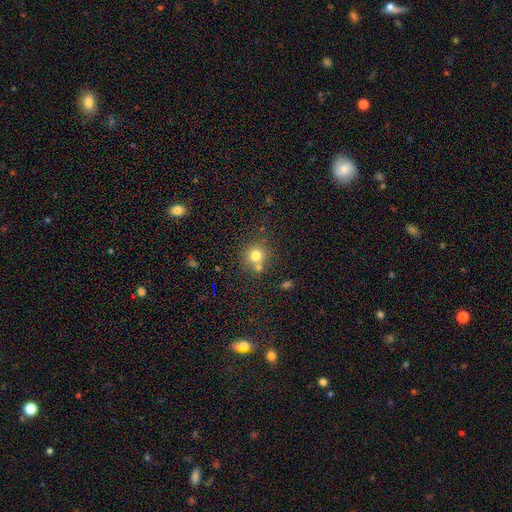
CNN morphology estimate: A smooth galaxy with no disk features (77%) that is round (89%).

Vote fractions:
- Smooth or featured? smooth: 77% / star or artifact: 14% / featured or disk: 10%
- How rounded? round: 89% / in between: 10% / cigar-shaped: 1%
- Merging? none: 65% / merger: 22% / minor disturbance: 10% / major disturbance: 3%